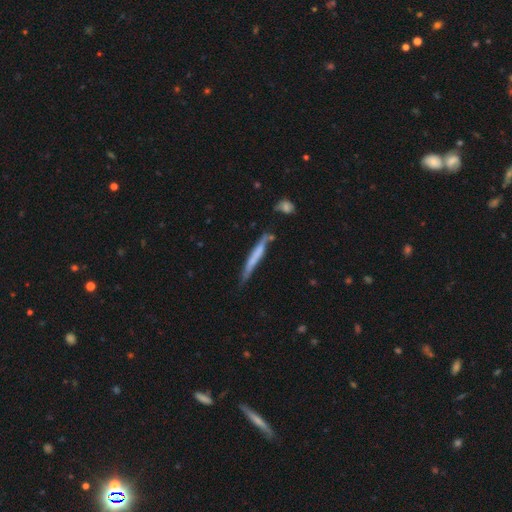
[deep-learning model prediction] The model was most divided on "smooth or featured": smooth: 51%, featured or disk: 43%, star or artifact: 6%. More confident: how rounded — cigar-shaped (95%); merging — none (67%).